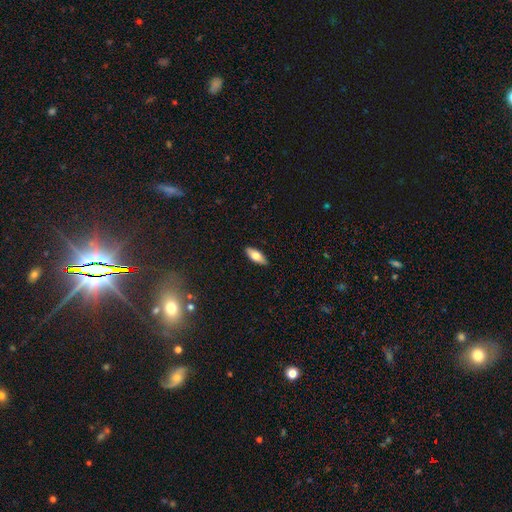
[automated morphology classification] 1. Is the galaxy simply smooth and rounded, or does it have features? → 70% smooth, 24% featured or disk, 6% star or artifact.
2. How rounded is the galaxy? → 74% in between, 23% cigar-shaped, 2% round.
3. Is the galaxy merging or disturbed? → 89% none, 8% minor disturbance, 2% major disturbance, 1% merger.